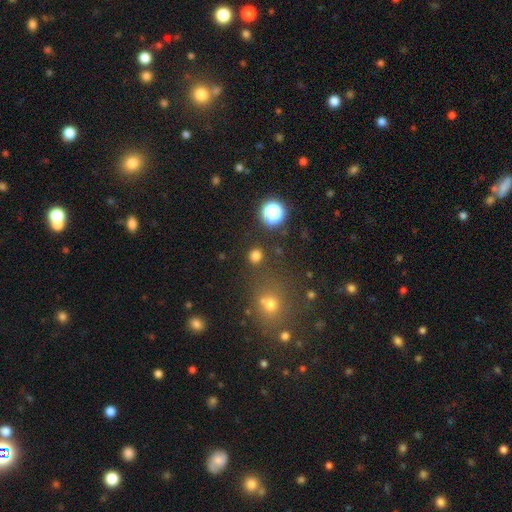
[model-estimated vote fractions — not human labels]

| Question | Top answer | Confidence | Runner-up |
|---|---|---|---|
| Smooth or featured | smooth | 76% | star or artifact (20%) |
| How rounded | round | 84% | in between (15%) |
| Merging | none | 85% | minor disturbance (7%) |